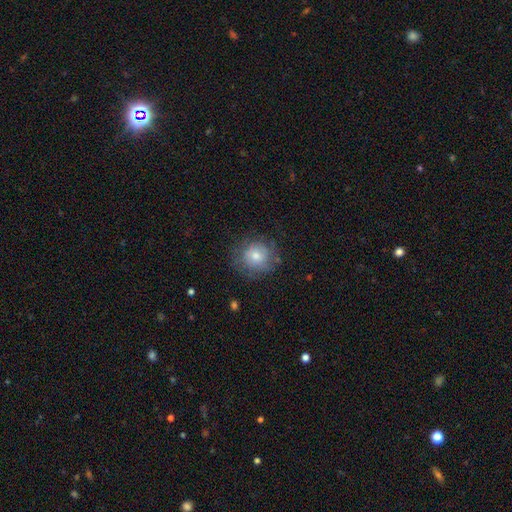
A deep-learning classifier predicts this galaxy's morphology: This is possibly a smooth galaxy (52%). How rounded: clearly round (85%). Merging: likely none (73%).